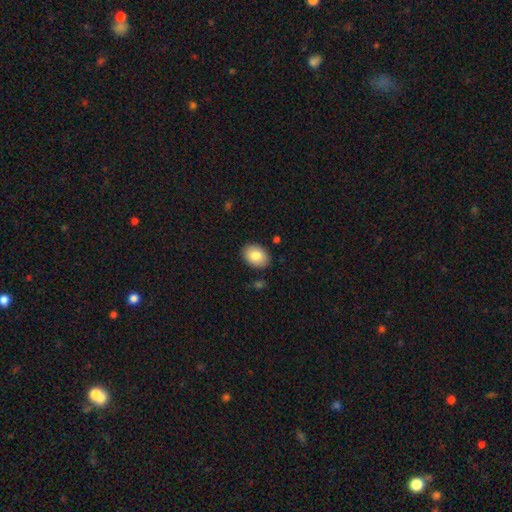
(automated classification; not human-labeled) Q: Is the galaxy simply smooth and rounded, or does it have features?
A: smooth — 83%.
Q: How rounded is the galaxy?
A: in between — 74%.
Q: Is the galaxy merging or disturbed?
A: none — 87%.